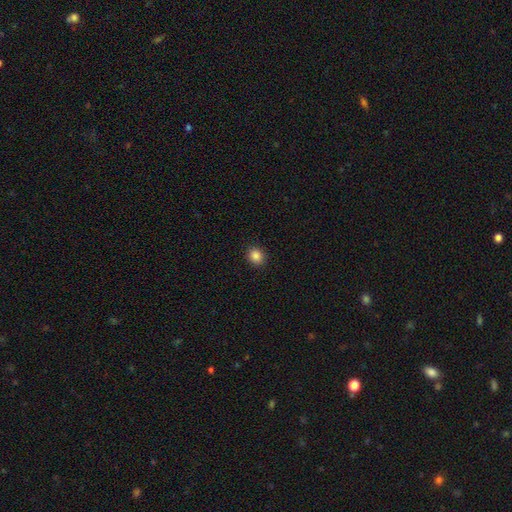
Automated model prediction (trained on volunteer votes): Smooth or featured? Predicted: smooth (p=0.87). How rounded? Predicted: round (p=0.70). Merging? Predicted: none (p=0.91).